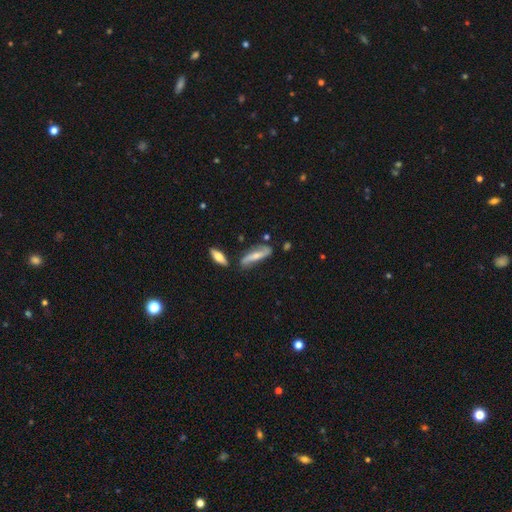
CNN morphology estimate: The model was most divided on "edge-on disk": no: 60%, yes: 40%. More confident: merging — none (65%); smooth or featured — featured or disk (61%).